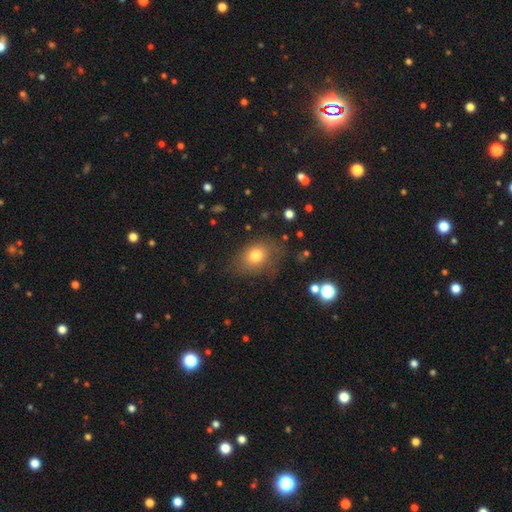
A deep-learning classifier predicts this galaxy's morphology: A smooth galaxy with no disk features (76%) that is in between round and cigar-shaped (60%). Merging: none (68%).